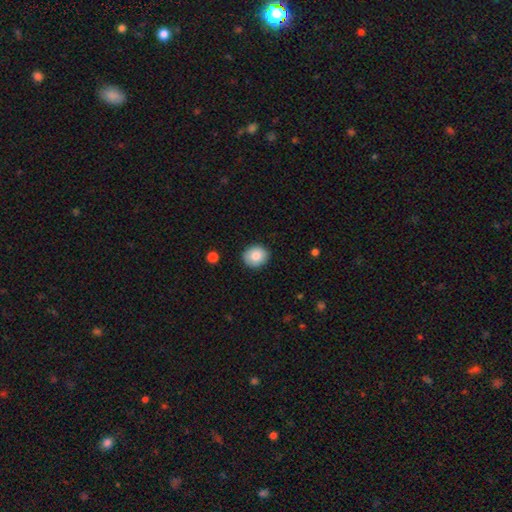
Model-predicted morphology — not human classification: Q: Smooth or featured?
A: smooth (84%); runner-up: featured or disk (8%)
Q: How rounded?
A: round (72%); runner-up: in between (27%)
Q: Merging?
A: none (89%); runner-up: minor disturbance (8%)